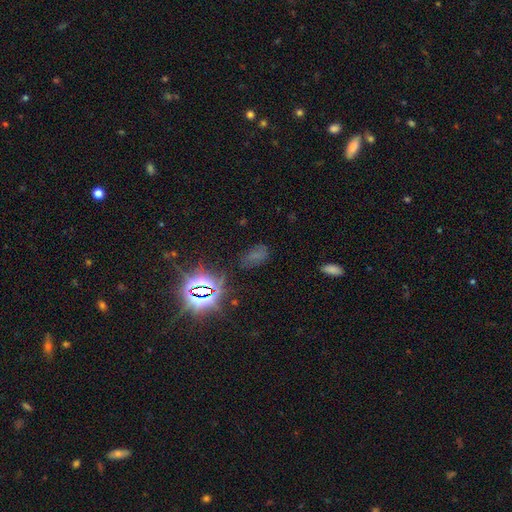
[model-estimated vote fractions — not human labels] Morphology: type=star or artifact (52%).